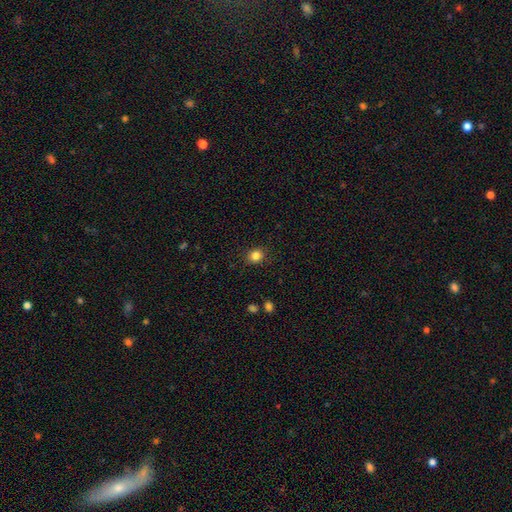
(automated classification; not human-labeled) Smooth or featured: smooth — 84% (star or artifact — 11%)
How rounded: round — 73% (in between — 26%)
Merging: none — 88% (minor disturbance — 9%)